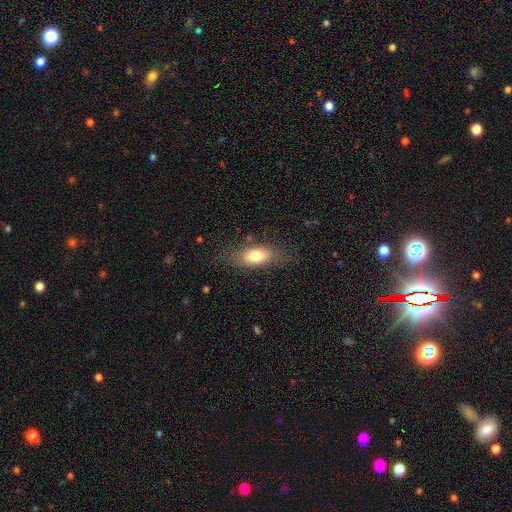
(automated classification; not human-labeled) A smooth galaxy with no disk features (75%) that is in between round and cigar-shaped (82%). Merging: none (73%).